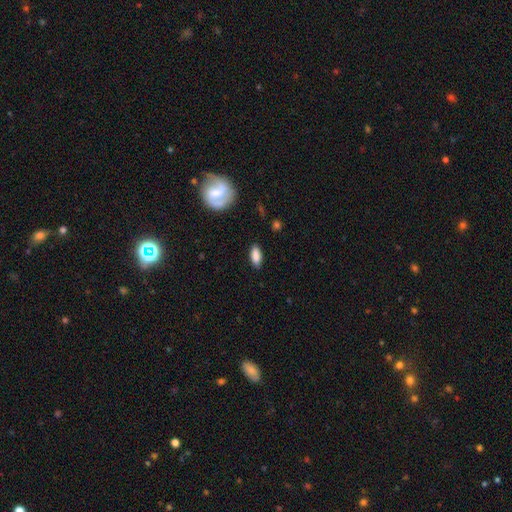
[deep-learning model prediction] smooth_or_featured: smooth (p=0.84) [alt: featured or disk p=0.09]
how_rounded: in between (p=0.84) [alt: cigar-shaped p=0.13]
merging: none (p=0.85) [alt: minor disturbance p=0.11]